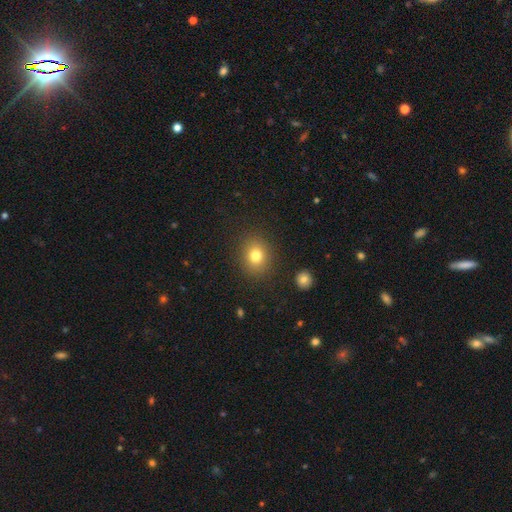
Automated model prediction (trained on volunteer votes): smooth-or-featured: smooth: 79% | star or artifact: 12% | featured or disk: 9%
  how-rounded: round: 67% | in between: 32% | cigar-shaped: 1%
  merging: none: 87% | minor disturbance: 8% | major disturbance: 3% | merger: 2%